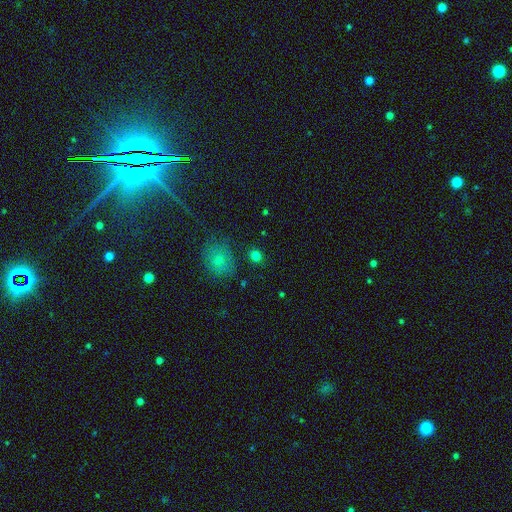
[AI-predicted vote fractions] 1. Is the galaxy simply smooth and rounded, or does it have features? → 80% smooth, 14% star or artifact, 6% featured or disk.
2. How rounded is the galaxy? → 72% round, 27% in between, 1% cigar-shaped.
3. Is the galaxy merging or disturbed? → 84% none, 10% minor disturbance, 4% merger, 3% major disturbance.